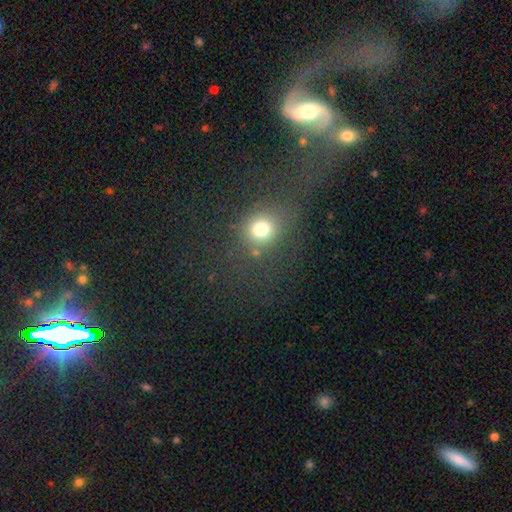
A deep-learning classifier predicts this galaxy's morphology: smooth 56%, featured or disk 23%, star or artifact 21%. Down the decision tree: how rounded — round (79%); merging — none (46%).